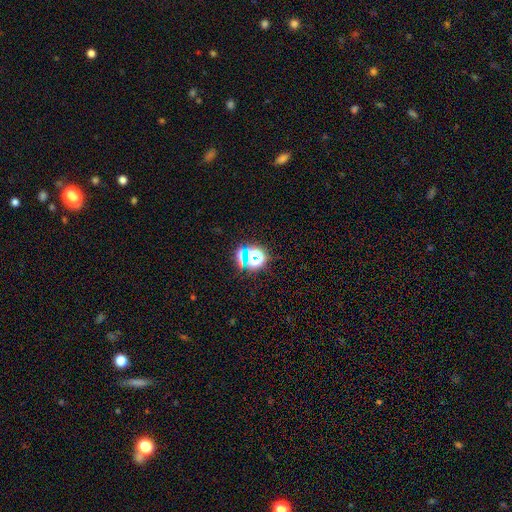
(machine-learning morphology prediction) Smooth or featured? Predicted: star or artifact (p=0.66).